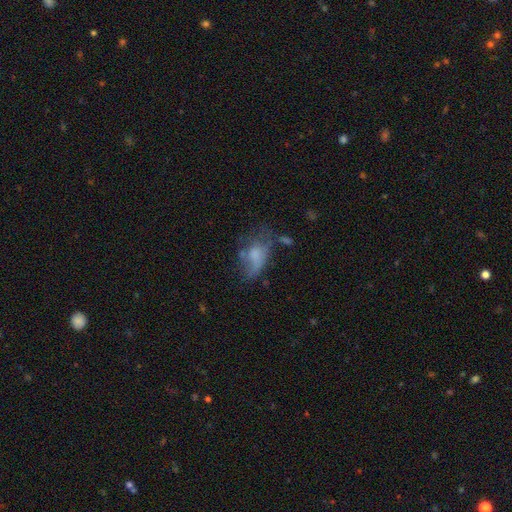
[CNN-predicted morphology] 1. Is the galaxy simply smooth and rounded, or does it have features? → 56% smooth, 32% featured or disk, 12% star or artifact.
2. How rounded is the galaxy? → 85% in between, 11% round, 4% cigar-shaped.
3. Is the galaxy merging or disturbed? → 35% major disturbance, 28% none, 26% minor disturbance, 11% merger.